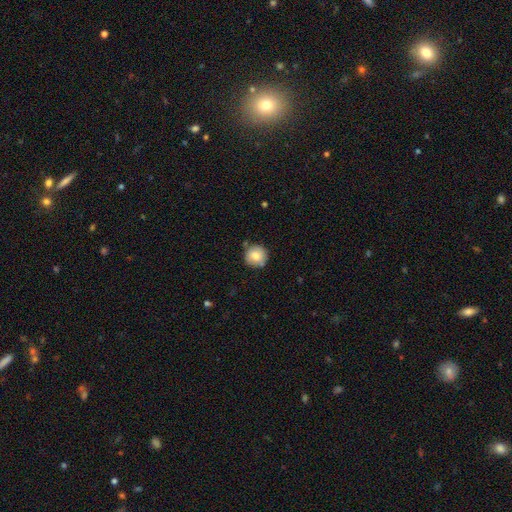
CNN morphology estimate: Smooth or featured? smooth (80%)
How rounded? round (94%)
Merging? none (79%)